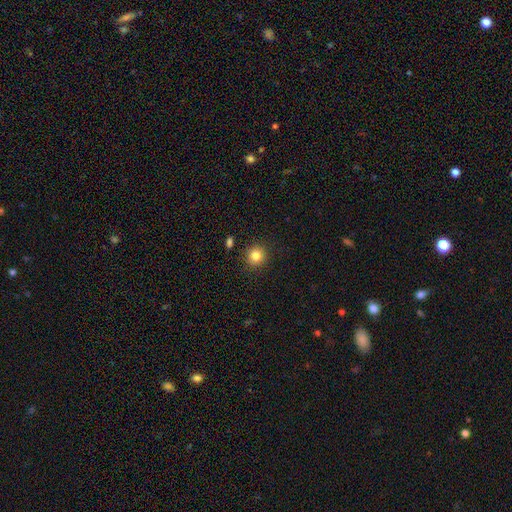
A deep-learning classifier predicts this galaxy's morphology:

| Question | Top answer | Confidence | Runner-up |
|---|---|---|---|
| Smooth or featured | smooth | 84% | star or artifact (11%) |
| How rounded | round | 91% | in between (8%) |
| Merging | none | 90% | minor disturbance (6%) |